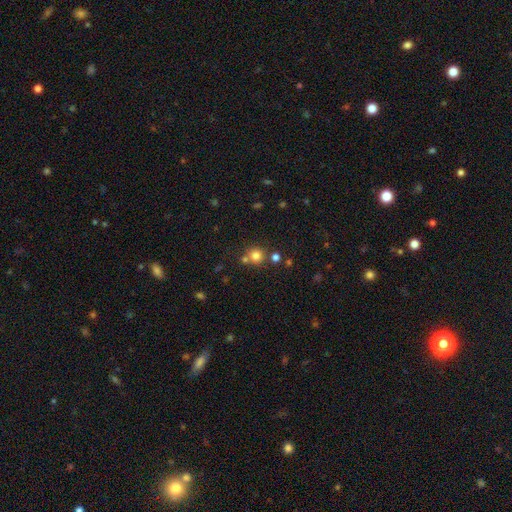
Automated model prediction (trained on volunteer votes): This appears to be a smooth galaxy with no disk features (77%) that is round (92%). Merging: none (69%).